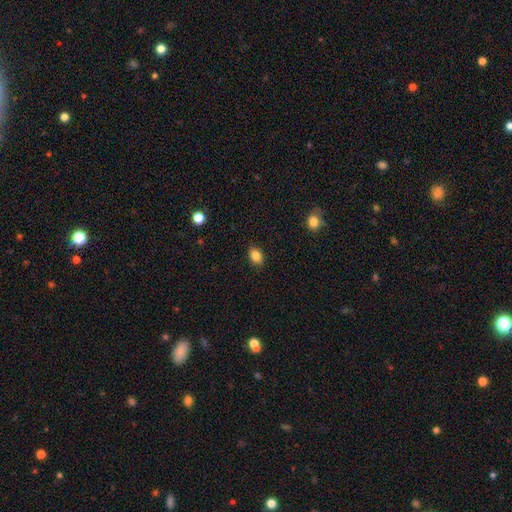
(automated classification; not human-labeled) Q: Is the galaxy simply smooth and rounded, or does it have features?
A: smooth — 85%.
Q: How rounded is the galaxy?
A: in between — 77%.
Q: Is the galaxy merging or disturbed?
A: none — 88%.